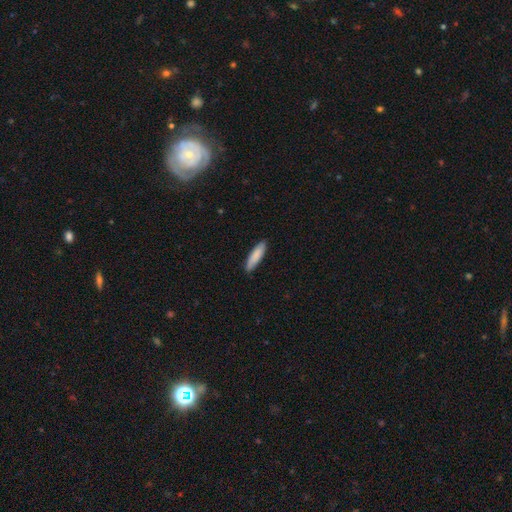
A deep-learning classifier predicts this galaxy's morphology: A smooth galaxy with no disk features (85%) that is cigar-shaped (69%). Merging: none (85%).